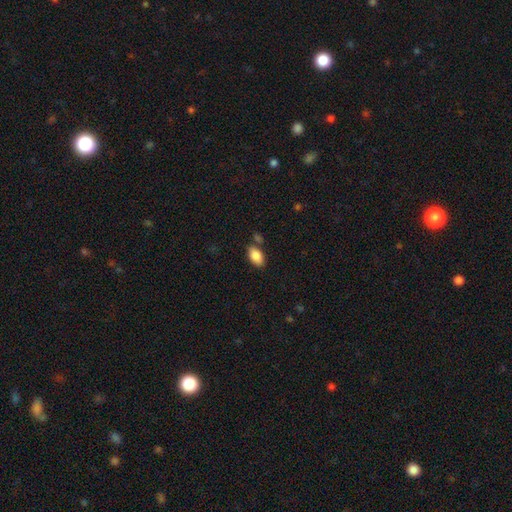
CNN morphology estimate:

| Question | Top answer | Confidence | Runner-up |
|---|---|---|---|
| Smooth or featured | smooth | 85% | featured or disk (8%) |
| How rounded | in between | 93% | round (4%) |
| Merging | none | 76% | minor disturbance (12%) |